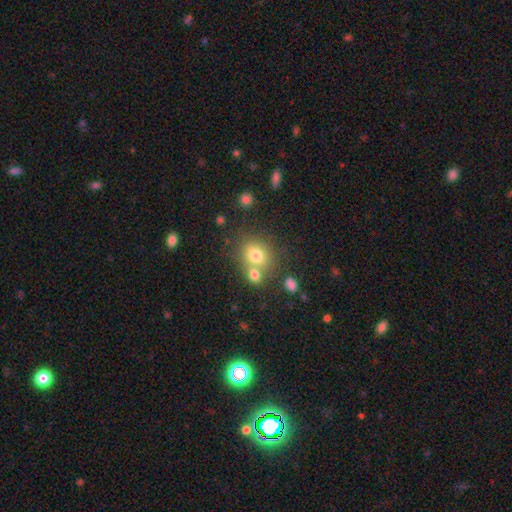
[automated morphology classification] Smooth or featured: smooth — 75% (star or artifact — 13%)
How rounded: round — 69% (in between — 30%)
Merging: none — 52% (merger — 34%)